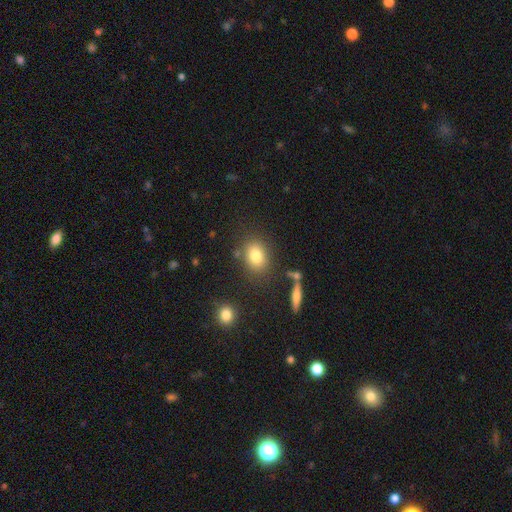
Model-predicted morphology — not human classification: Q: Smooth or featured?
A: smooth (80%); runner-up: star or artifact (10%)
Q: How rounded?
A: in between (57%); runner-up: round (41%)
Q: Merging?
A: none (77%); runner-up: minor disturbance (12%)